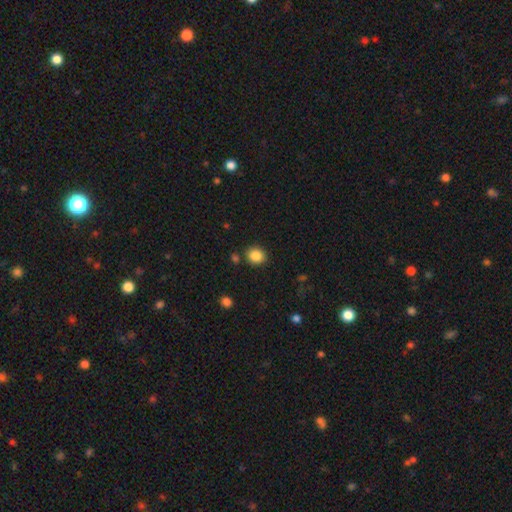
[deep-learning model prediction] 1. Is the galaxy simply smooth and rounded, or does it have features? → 86% smooth, 10% star or artifact, 4% featured or disk.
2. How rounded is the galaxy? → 75% round, 25% in between, 1% cigar-shaped.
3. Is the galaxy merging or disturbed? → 85% none, 8% minor disturbance, 4% merger, 3% major disturbance.